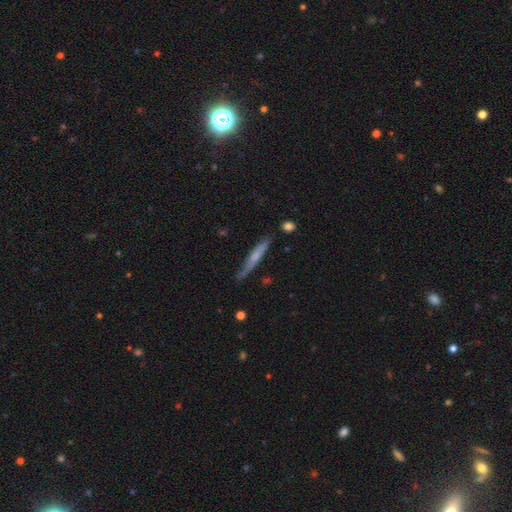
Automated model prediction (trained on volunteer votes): Smooth or featured?
  - smooth: 55% *
  - featured or disk: 39%
  - star or artifact: 6%
How rounded?
  - cigar-shaped: 94% *
  - in between: 4%
  - round: 2%
Merging?
  - none: 73% *
  - minor disturbance: 20%
  - major disturbance: 4%
  - merger: 3%